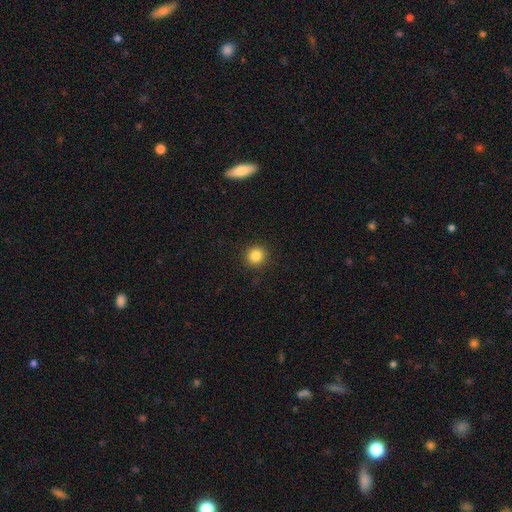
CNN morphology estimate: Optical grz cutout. It shows a smooth galaxy with no disk features (84%) that is round (93%). Merging: none (92%).